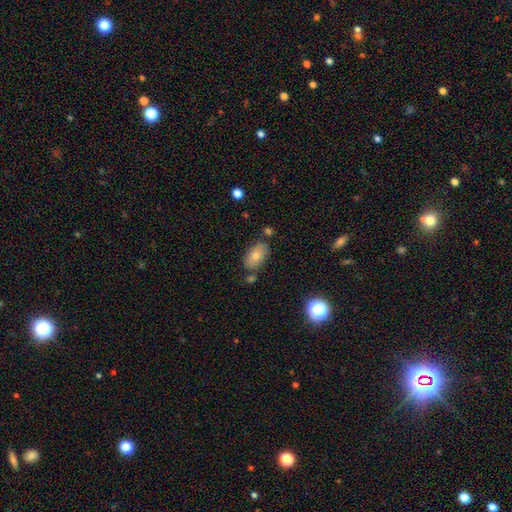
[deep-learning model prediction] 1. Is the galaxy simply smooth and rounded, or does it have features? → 69% smooth, 19% featured or disk, 12% star or artifact.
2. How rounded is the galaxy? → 90% in between, 8% round, 2% cigar-shaped.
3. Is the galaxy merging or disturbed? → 75% none, 14% minor disturbance, 8% merger, 3% major disturbance.